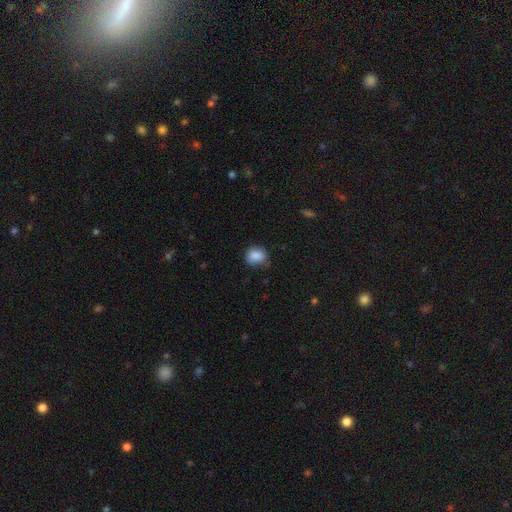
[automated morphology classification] Smooth or featured? smooth (87%)
How rounded? round (61%)
Merging? none (72%)